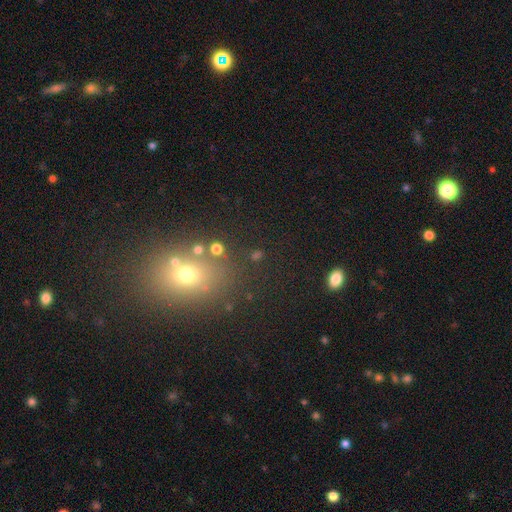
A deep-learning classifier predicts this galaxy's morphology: Overall: smooth (55%; star or artifact 31%). How rounded: round (53%; in between 43%). Merging: none (72%).